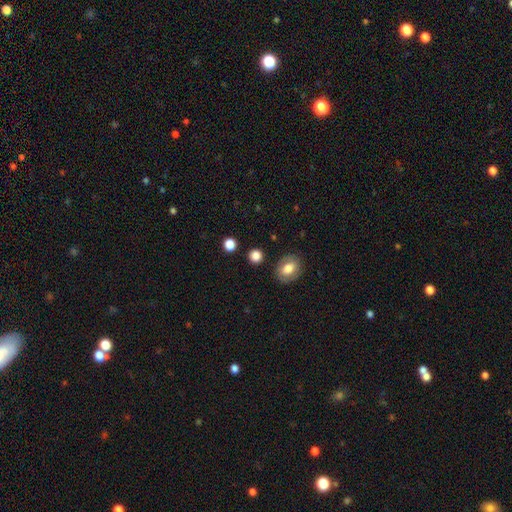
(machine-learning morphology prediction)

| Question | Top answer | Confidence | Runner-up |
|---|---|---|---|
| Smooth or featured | smooth | 83% | star or artifact (12%) |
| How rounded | round | 86% | in between (13%) |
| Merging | none | 87% | minor disturbance (8%) |